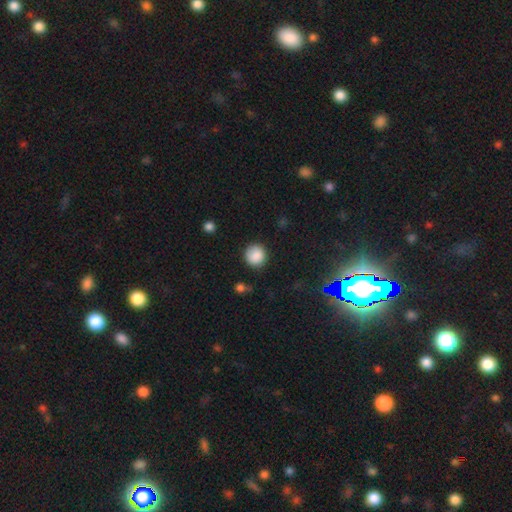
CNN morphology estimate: A smooth galaxy with no disk features (87%) that is round (92%).

Vote fractions:
- Smooth or featured? smooth: 87% / star or artifact: 10% / featured or disk: 4%
- How rounded? round: 92% / in between: 7% / cigar-shaped: 1%
- Merging? none: 86% / minor disturbance: 9% / major disturbance: 3% / merger: 2%